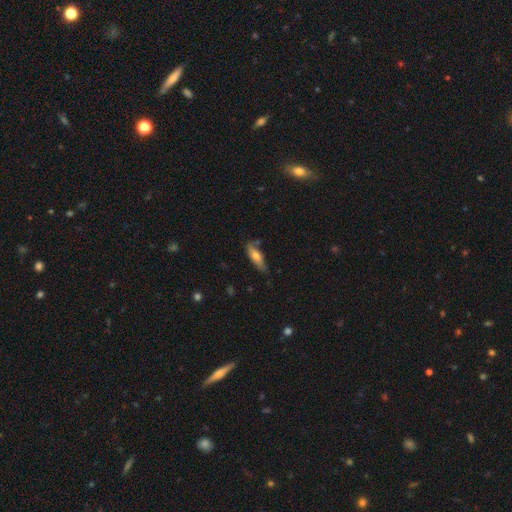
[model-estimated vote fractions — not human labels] Smooth or featured?
  - smooth: 65% *
  - featured or disk: 28%
  - star or artifact: 7%
How rounded?
  - in between: 50% *
  - cigar-shaped: 47%
  - round: 2%
Merging?
  - none: 62% *
  - minor disturbance: 28%
  - major disturbance: 6%
  - merger: 5%